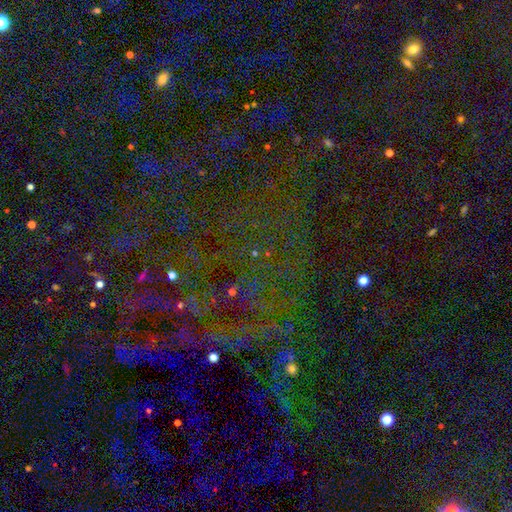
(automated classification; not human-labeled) Smooth or featured?
  - star or artifact: 82% *
  - smooth: 10%
  - featured or disk: 7%